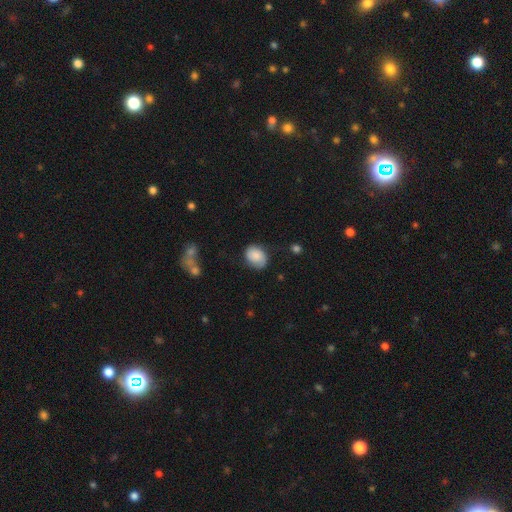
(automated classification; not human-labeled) Q: Smooth or featured?
A: smooth (75%); runner-up: featured or disk (18%)
Q: How rounded?
A: in between (68%); runner-up: round (31%)
Q: Merging?
A: none (66%); runner-up: minor disturbance (24%)